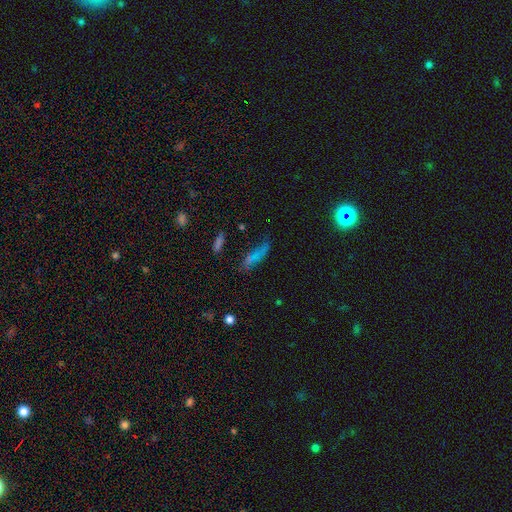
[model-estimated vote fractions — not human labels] A smooth galaxy with no disk features (63%) that is cigar-shaped (54%). Merging: none (48%).